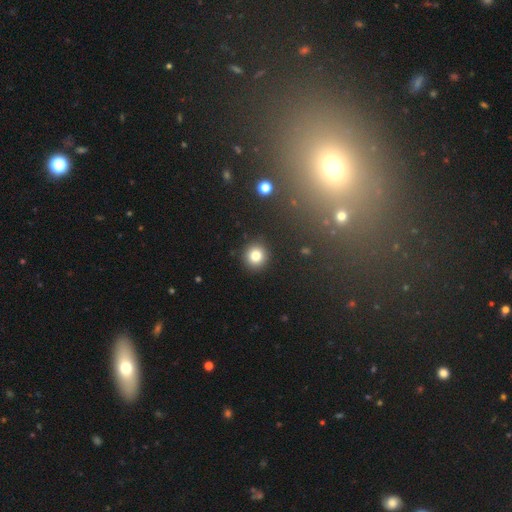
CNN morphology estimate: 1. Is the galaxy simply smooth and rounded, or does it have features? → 81% smooth, 12% star or artifact, 7% featured or disk.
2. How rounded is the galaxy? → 92% round, 7% in between, 1% cigar-shaped.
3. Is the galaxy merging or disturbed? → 91% none, 5% minor disturbance, 2% major disturbance, 2% merger.